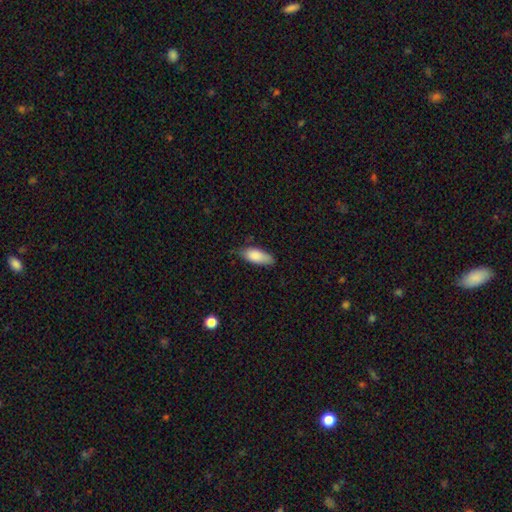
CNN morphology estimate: smooth_or_featured: smooth (p=0.85) [alt: featured or disk p=0.08]
how_rounded: in between (p=0.80) [alt: cigar-shaped p=0.18]
merging: none (p=0.66) [alt: minor disturbance p=0.28]